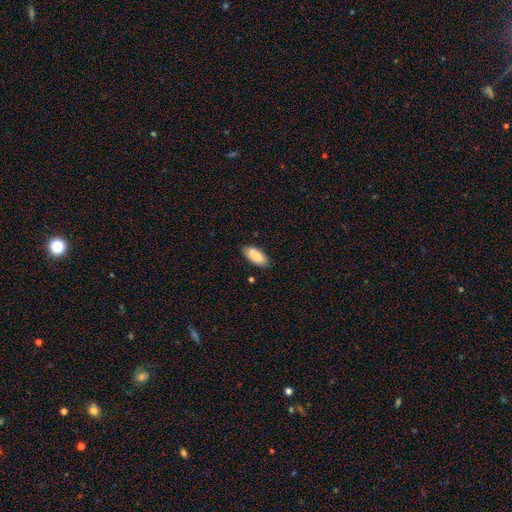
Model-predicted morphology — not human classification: A smooth galaxy with no disk features (86%) that is in between round and cigar-shaped (89%). Merging: none (80%).